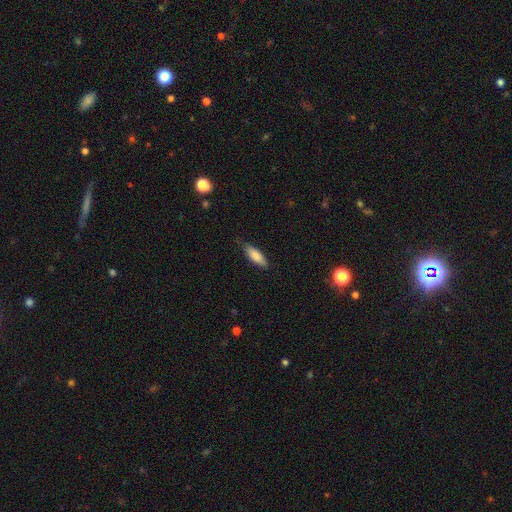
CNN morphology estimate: This appears to be a smooth galaxy with no disk features (83%) that is in between round and cigar-shaped (61%). Merging: none (74%).